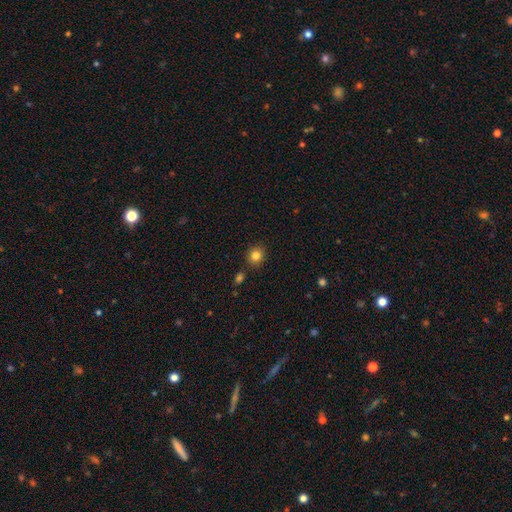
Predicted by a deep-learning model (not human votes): This is clearly a smooth galaxy (84%). How rounded: clearly round (82%). Merging: clearly none (84%).